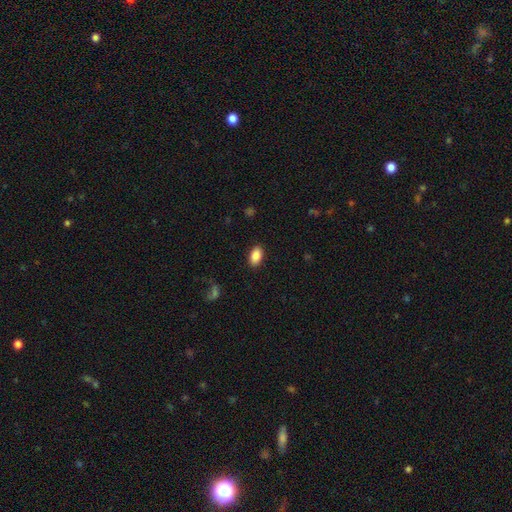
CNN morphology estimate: Smooth or featured?
  - smooth: 89% *
  - star or artifact: 7%
  - featured or disk: 4%
How rounded?
  - in between: 93% *
  - round: 4%
  - cigar-shaped: 3%
Merging?
  - none: 89% *
  - minor disturbance: 8%
  - major disturbance: 2%
  - merger: 1%